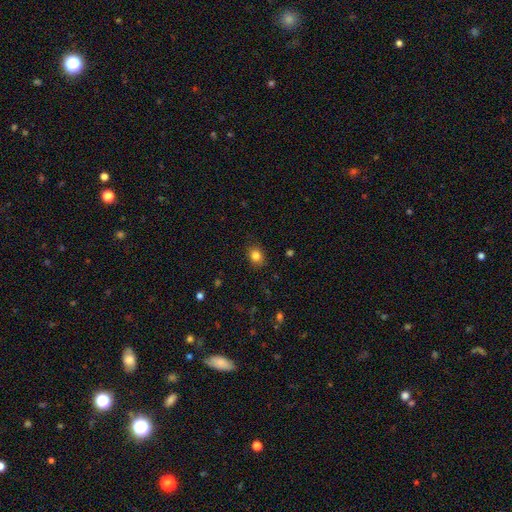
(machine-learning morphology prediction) smooth-or-featured: smooth: 83% | star or artifact: 11% | featured or disk: 6%
  how-rounded: round: 53% | in between: 46% | cigar-shaped: 1%
  merging: none: 87% | minor disturbance: 10% | major disturbance: 2% | merger: 1%